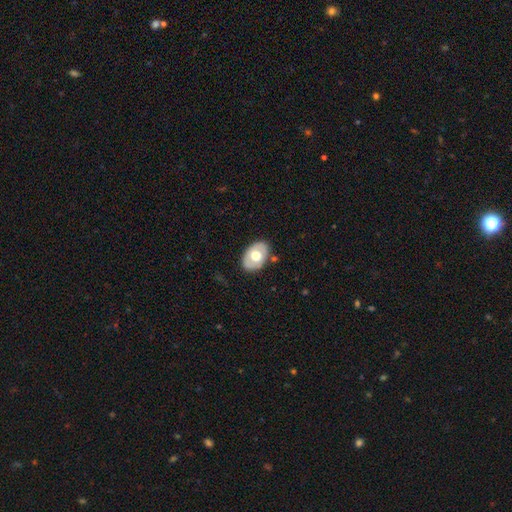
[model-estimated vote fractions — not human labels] This appears to be a smooth galaxy with no disk features (53%) that is in between round and cigar-shaped (82%). Merging: none (82%).